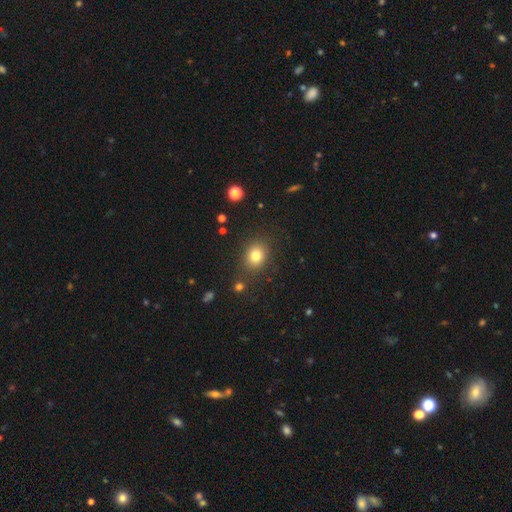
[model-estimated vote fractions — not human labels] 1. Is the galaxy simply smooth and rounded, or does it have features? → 79% smooth, 13% star or artifact, 8% featured or disk.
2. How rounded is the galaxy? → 59% round, 41% in between, 1% cigar-shaped.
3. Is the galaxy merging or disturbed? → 84% none, 10% minor disturbance, 3% major disturbance, 3% merger.